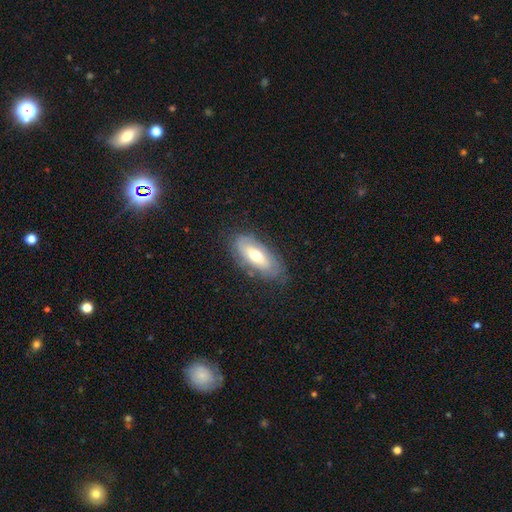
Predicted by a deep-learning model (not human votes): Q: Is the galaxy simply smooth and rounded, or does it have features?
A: smooth — 49%.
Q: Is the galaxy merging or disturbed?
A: none — 75%.